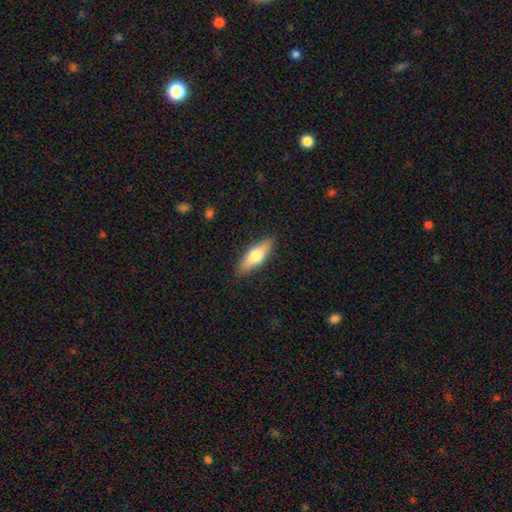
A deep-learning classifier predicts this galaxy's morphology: Smooth or featured? Predicted: smooth (p=0.58). How rounded? Predicted: in between (p=0.54). Merging? Predicted: none (p=0.87).